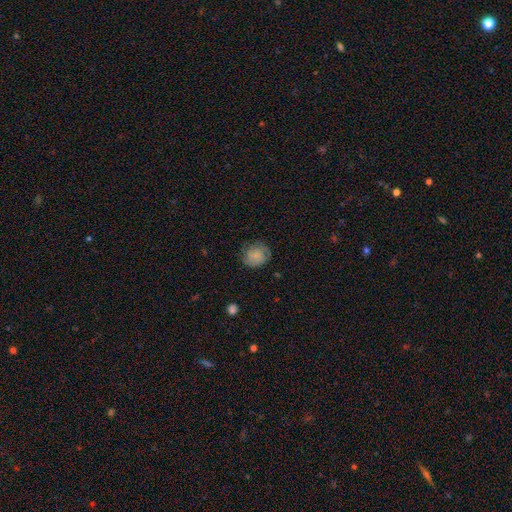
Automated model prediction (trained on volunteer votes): Morphology: type=smooth (72%); roundness=round (78%); merging=none (71%).